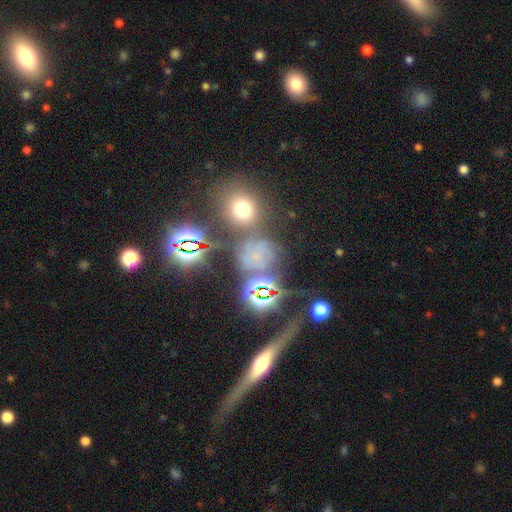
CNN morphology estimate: Overall: star or artifact (47%; featured or disk 28%).